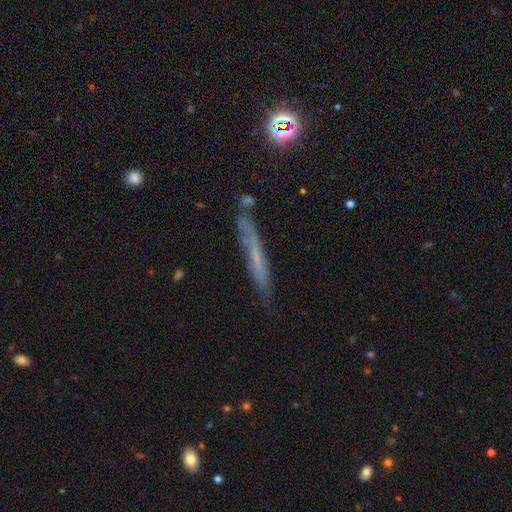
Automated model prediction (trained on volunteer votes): Smooth or featured? Predicted: featured or disk (p=0.44). Merging? Predicted: none (p=0.72).